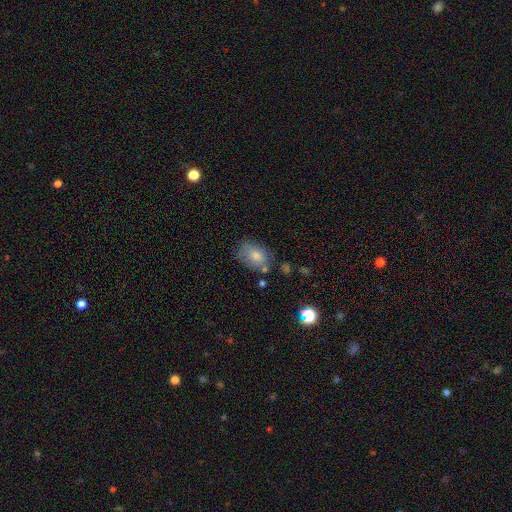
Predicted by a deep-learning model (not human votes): The model was most divided on "merging": none: 61%, minor disturbance: 24%, major disturbance: 8%, merger: 7%. More confident: how rounded — in between (81%); smooth or featured — smooth (77%).